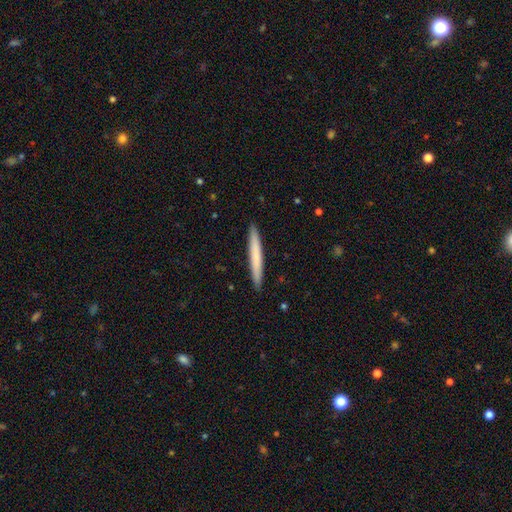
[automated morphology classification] A smooth galaxy with no disk features (68%) that is cigar-shaped (97%).

Vote fractions:
- Smooth or featured? smooth: 68% / featured or disk: 26% / star or artifact: 5%
- How rounded? cigar-shaped: 97% / in between: 2% / round: 1%
- Merging? none: 93% / minor disturbance: 5% / major disturbance: 1% / merger: 1%